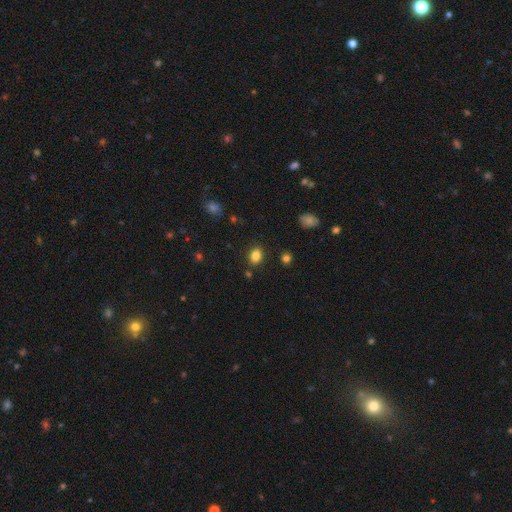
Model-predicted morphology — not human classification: Smooth or featured? smooth (83%)
How rounded? in between (70%)
Merging? none (84%)